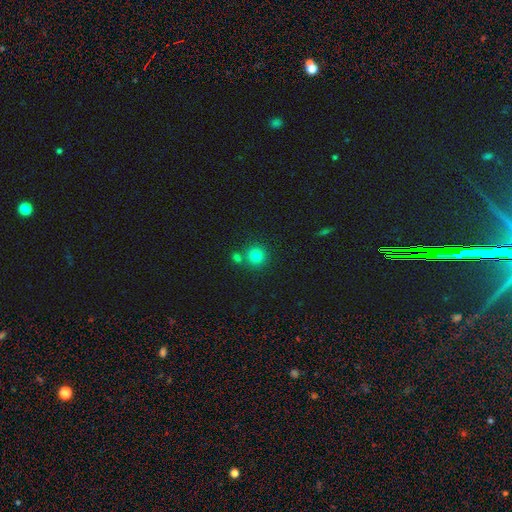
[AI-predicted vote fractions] Smooth or featured? Predicted: smooth (p=0.80). How rounded? Predicted: round (p=0.92). Merging? Predicted: none (p=0.71).